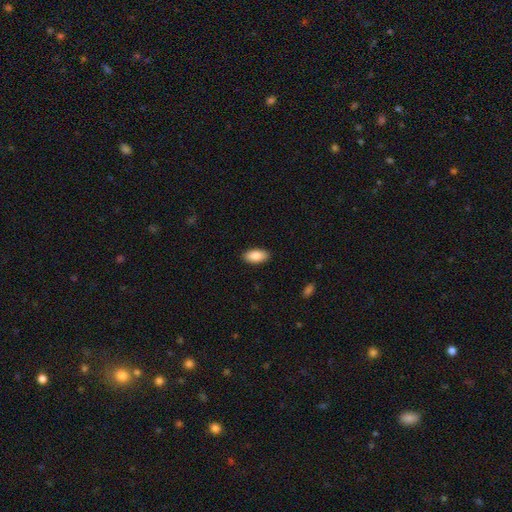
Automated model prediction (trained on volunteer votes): Smooth or featured?
  - smooth: 87% *
  - featured or disk: 7%
  - star or artifact: 6%
How rounded?
  - in between: 92% *
  - cigar-shaped: 6%
  - round: 2%
Merging?
  - none: 90% *
  - minor disturbance: 7%
  - major disturbance: 2%
  - merger: 1%